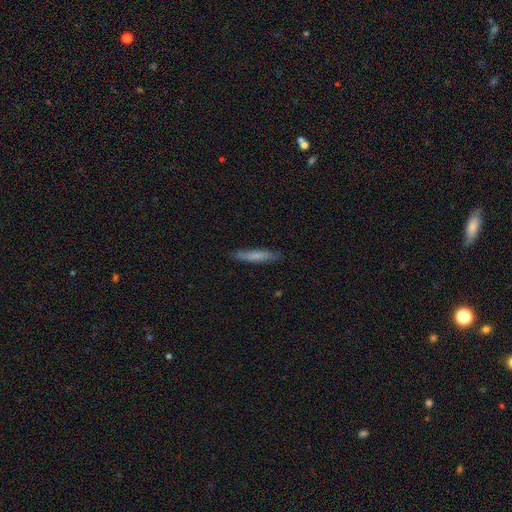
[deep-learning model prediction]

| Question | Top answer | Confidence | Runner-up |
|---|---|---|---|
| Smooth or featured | smooth | 70% | featured or disk (24%) |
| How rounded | cigar-shaped | 90% | in between (9%) |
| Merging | none | 84% | minor disturbance (13%) |